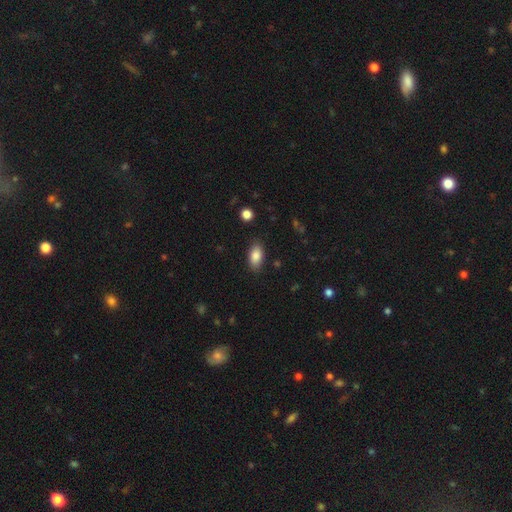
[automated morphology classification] The model was most divided on "merging": none: 84%, minor disturbance: 11%, major disturbance: 3%, merger: 1%. More confident: how rounded — in between (91%); smooth or featured — smooth (86%).